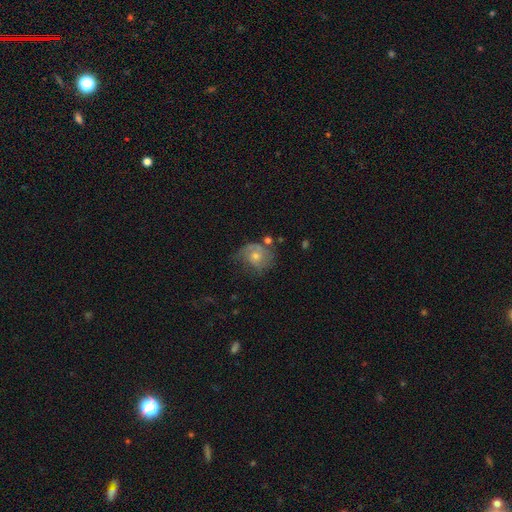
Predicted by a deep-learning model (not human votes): Morphology: type=featured or disk (51%); edge-on=no (97%); merging=none (48%).